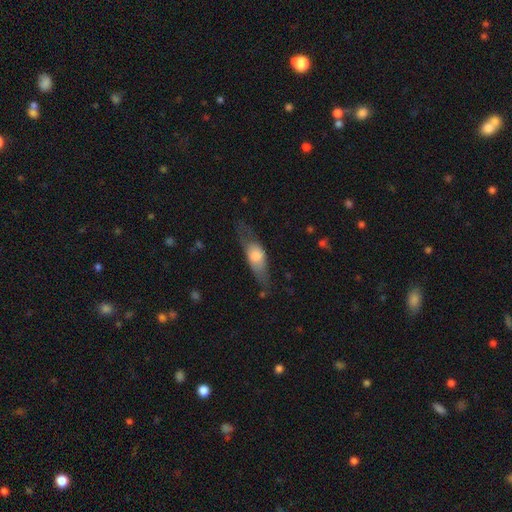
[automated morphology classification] Smooth or featured?
  - smooth: 56% *
  - featured or disk: 38%
  - star or artifact: 6%
How rounded?
  - in between: 58% *
  - cigar-shaped: 37%
  - round: 5%
Merging?
  - none: 54% *
  - minor disturbance: 27%
  - major disturbance: 17%
  - merger: 2%